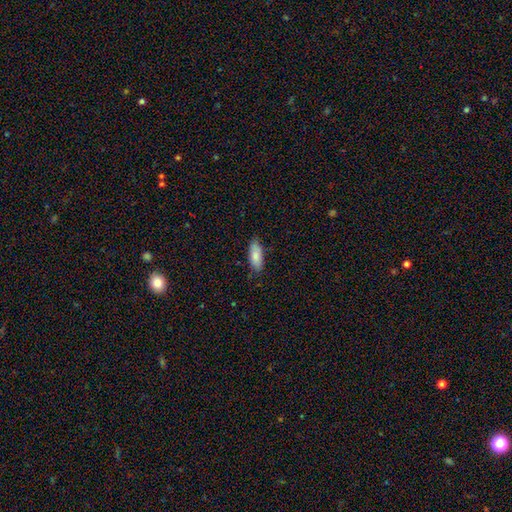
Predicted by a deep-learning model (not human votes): This is clearly a smooth galaxy (83%). How rounded: likely in between (76%). Merging: clearly none (84%).